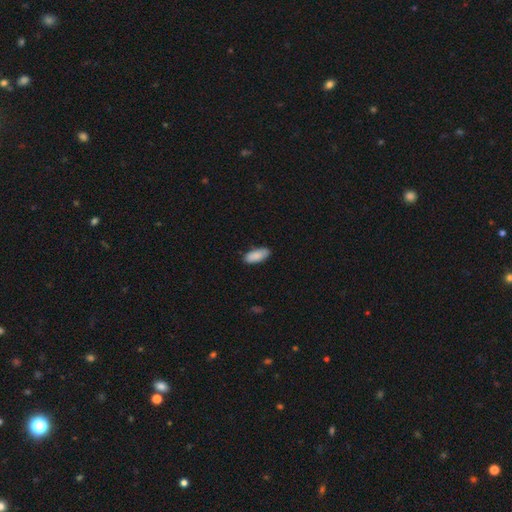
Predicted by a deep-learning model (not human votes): Smooth or featured: smooth — 88% (star or artifact — 6%)
How rounded: in between — 85% (cigar-shaped — 13%)
Merging: none — 82% (minor disturbance — 14%)